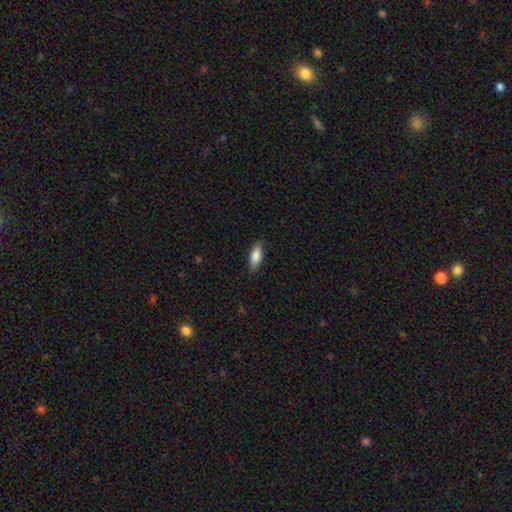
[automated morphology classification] The model was most divided on "how rounded": in between: 79%, cigar-shaped: 18%, round: 3%. More confident: merging — none (84%); smooth or featured — smooth (82%).